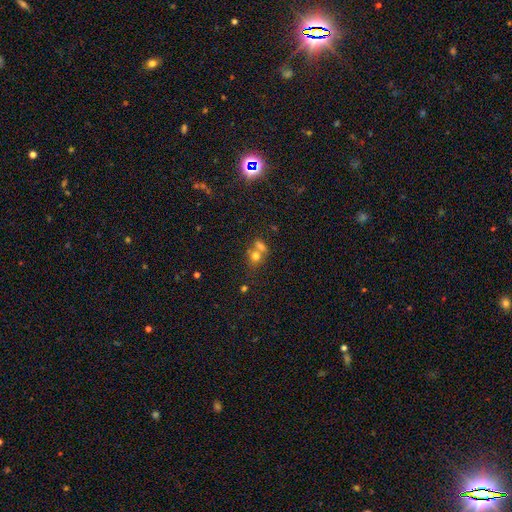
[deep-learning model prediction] Smooth or featured? smooth (69%)
How rounded? round (66%)
Merging? merger (58%)